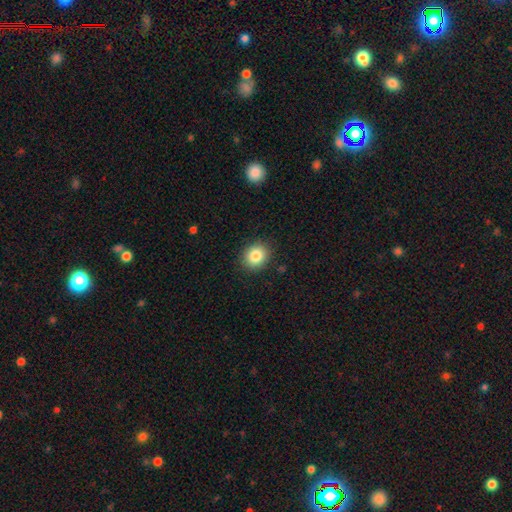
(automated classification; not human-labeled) Smooth or featured?
  - smooth: 84% *
  - star or artifact: 9%
  - featured or disk: 7%
How rounded?
  - round: 61% *
  - in between: 38%
  - cigar-shaped: 1%
Merging?
  - none: 89% *
  - minor disturbance: 8%
  - major disturbance: 2%
  - merger: 1%